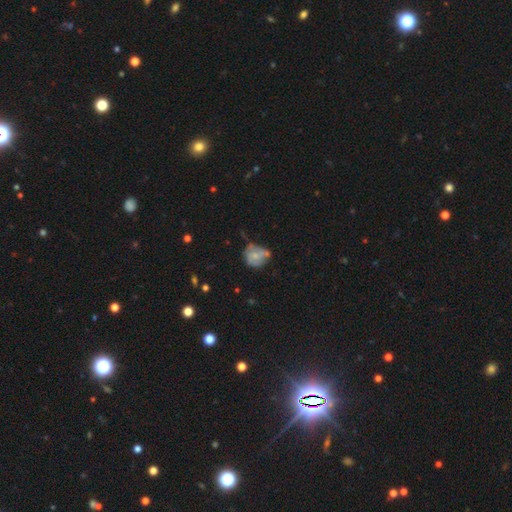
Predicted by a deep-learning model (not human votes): smooth-or-featured: smooth: 48% | featured or disk: 44% | star or artifact: 9%
  merging: none: 39% | minor disturbance: 32% | major disturbance: 15% | merger: 13%